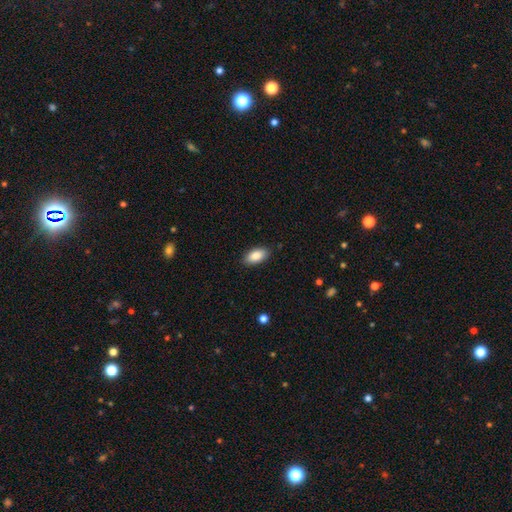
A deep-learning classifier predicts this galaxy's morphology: The model was most divided on "merging": none: 88%, minor disturbance: 9%, major disturbance: 2%, merger: 1%. More confident: how rounded — in between (93%); smooth or featured — smooth (87%).